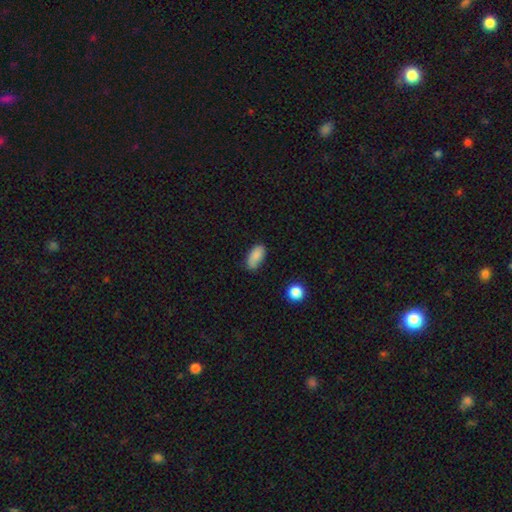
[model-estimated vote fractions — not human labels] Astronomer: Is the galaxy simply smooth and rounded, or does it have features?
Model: smooth — 86%.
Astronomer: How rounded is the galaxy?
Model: in between — 90%.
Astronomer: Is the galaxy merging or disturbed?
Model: none — 74%.